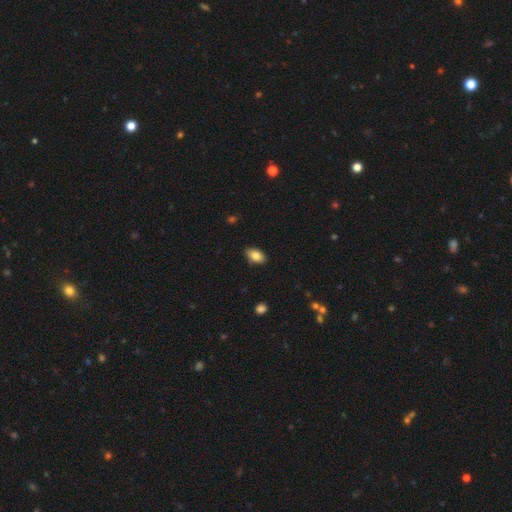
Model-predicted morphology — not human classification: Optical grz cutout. It shows a smooth galaxy with no disk features (85%) that is in between round and cigar-shaped (91%). Merging: none (85%).